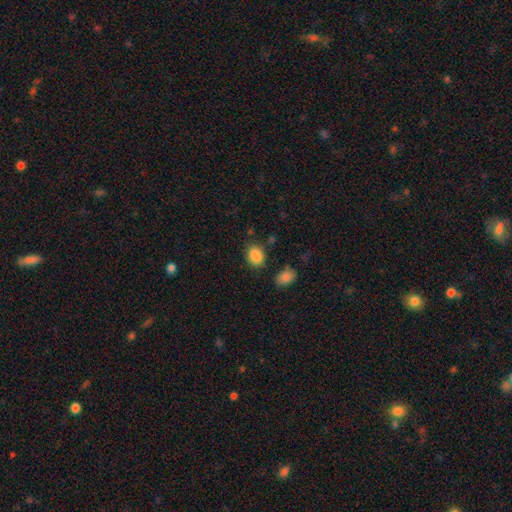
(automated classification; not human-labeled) Smooth or featured? smooth (87%)
How rounded? in between (63%)
Merging? none (77%)